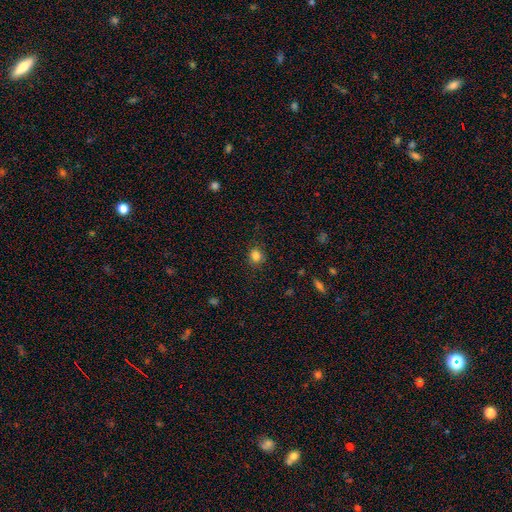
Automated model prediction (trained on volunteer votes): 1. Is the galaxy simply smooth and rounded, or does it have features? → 83% smooth, 12% star or artifact, 5% featured or disk.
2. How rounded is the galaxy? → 86% round, 13% in between, 1% cigar-shaped.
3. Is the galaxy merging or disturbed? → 86% none, 10% minor disturbance, 3% major disturbance, 1% merger.